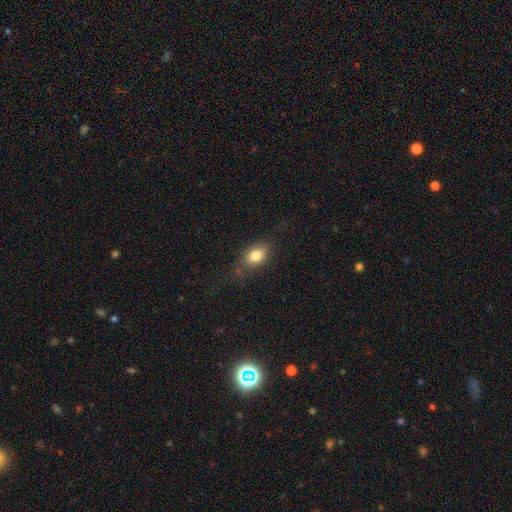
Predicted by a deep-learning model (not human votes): Q: Smooth or featured?
A: smooth (79%); runner-up: featured or disk (12%)
Q: How rounded?
A: in between (78%); runner-up: round (19%)
Q: Merging?
A: none (72%); runner-up: minor disturbance (19%)